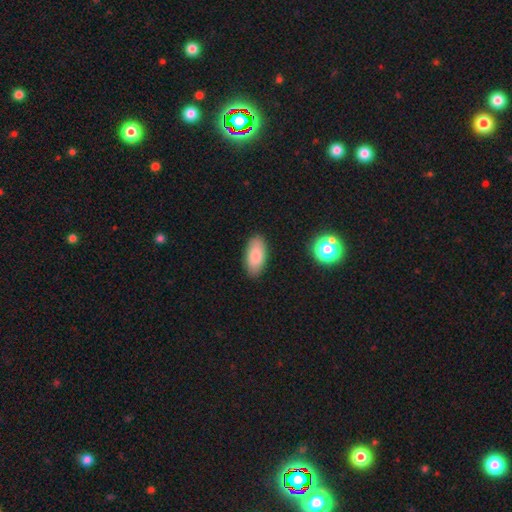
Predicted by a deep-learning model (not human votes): Smooth or featured?
  - smooth: 84% *
  - featured or disk: 8%
  - star or artifact: 7%
How rounded?
  - in between: 91% *
  - cigar-shaped: 6%
  - round: 2%
Merging?
  - none: 87% *
  - minor disturbance: 9%
  - major disturbance: 2%
  - merger: 1%